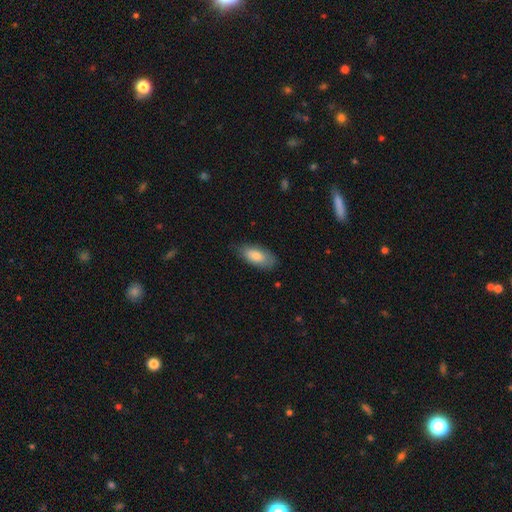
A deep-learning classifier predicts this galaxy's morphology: Q: Smooth or featured?
A: smooth (82%); runner-up: featured or disk (12%)
Q: How rounded?
A: in between (88%); runner-up: cigar-shaped (9%)
Q: Merging?
A: none (77%); runner-up: minor disturbance (18%)